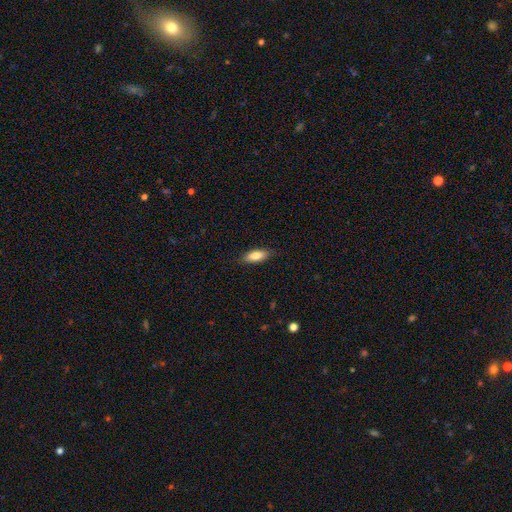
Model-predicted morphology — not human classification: A smooth galaxy with no disk features (83%) that is in between round and cigar-shaped (73%). Merging: none (85%).